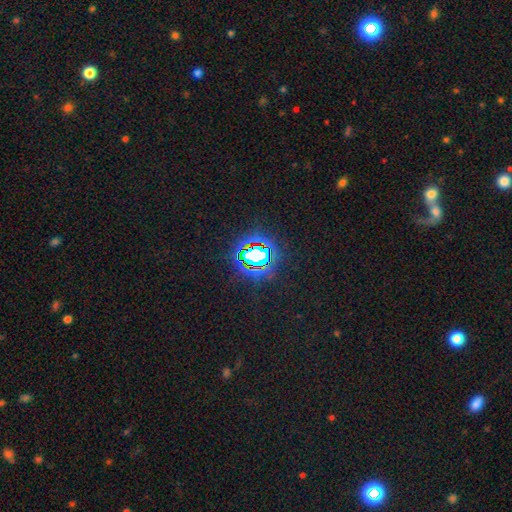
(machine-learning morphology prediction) A star or artifact, not a galaxy (74%).

Vote fractions:
- Smooth or featured? star or artifact: 74% / smooth: 15% / featured or disk: 11%